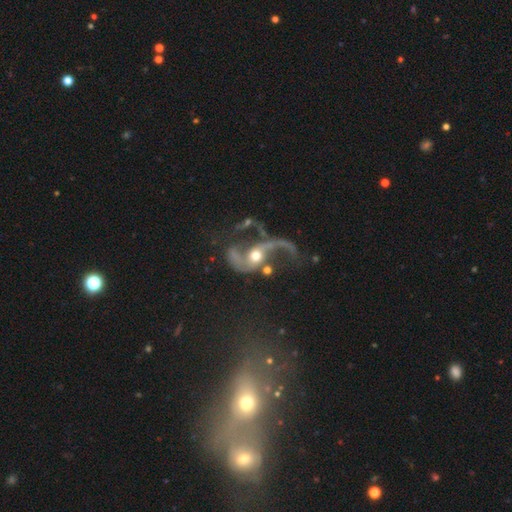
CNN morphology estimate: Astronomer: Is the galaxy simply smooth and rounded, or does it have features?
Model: featured or disk — 85%.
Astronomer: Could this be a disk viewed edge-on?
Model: no — 97%.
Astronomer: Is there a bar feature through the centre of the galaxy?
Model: no — 61%.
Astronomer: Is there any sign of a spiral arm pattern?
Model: yes — 93%.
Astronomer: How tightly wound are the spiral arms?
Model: loose — 74%.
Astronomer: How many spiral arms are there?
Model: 2 — 76%.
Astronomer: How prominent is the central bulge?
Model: moderate — 68%.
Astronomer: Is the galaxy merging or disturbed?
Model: major disturbance — 36% (runner-up: none, 35%).